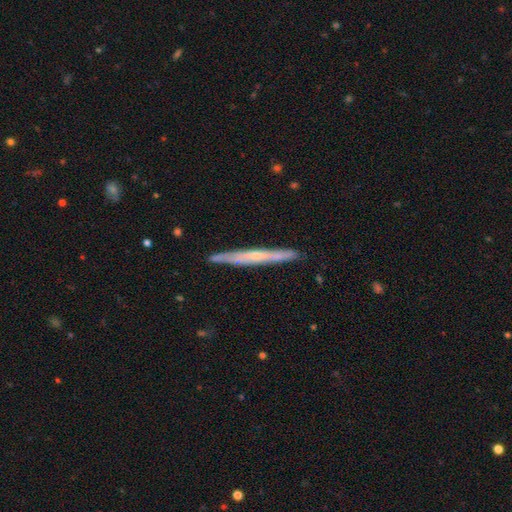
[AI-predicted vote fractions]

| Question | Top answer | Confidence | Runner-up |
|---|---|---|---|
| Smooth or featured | featured or disk | 59% | smooth (36%) |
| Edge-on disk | yes | 92% | no (8%) |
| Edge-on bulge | none | 62% | rounded (32%) |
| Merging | none | 86% | minor disturbance (11%) |